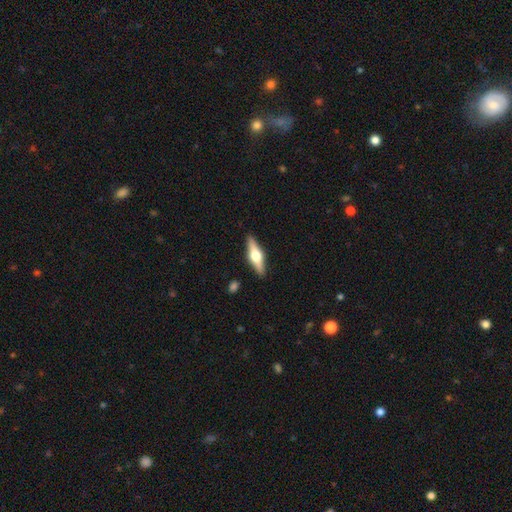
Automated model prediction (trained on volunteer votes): Smooth or featured?
  - featured or disk: 66% *
  - smooth: 29%
  - star or artifact: 6%
Edge-on disk?
  - yes: 96% *
  - no: 4%
Edge-on bulge?
  - rounded: 95% *
  - boxy: 4%
  - none: 1%
Merging?
  - none: 90% *
  - minor disturbance: 7%
  - major disturbance: 2%
  - merger: 1%